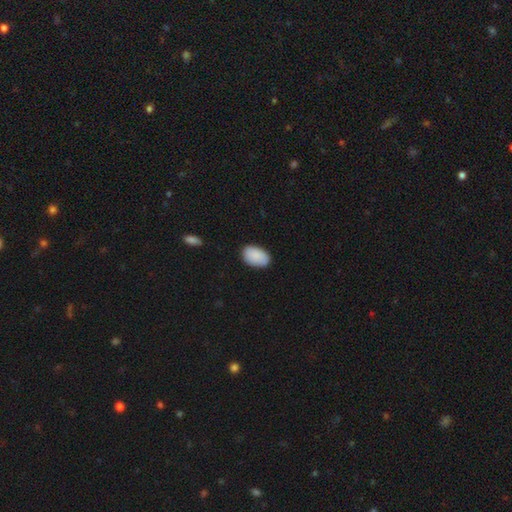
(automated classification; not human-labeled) Overall: smooth (89%). How rounded: in between (91%). Merging: none (83%).